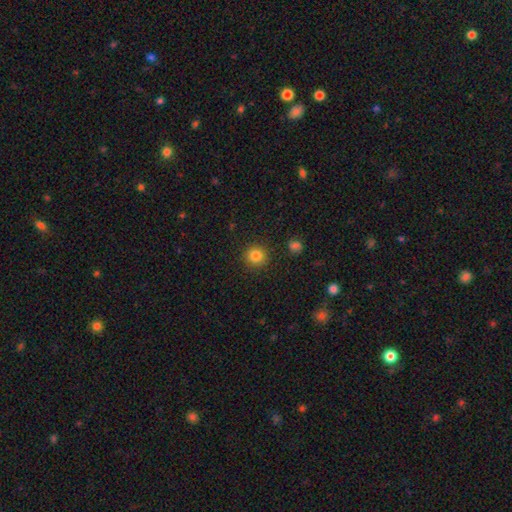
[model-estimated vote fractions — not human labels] smooth 83%, star or artifact 12%, featured or disk 5%. Down the decision tree: how rounded — round (92%); merging — none (89%).